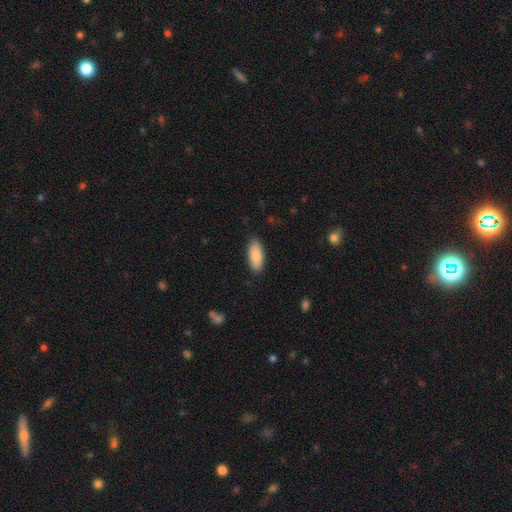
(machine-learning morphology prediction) type=smooth (87%); roundness=in between (80%); merging=none (87%).